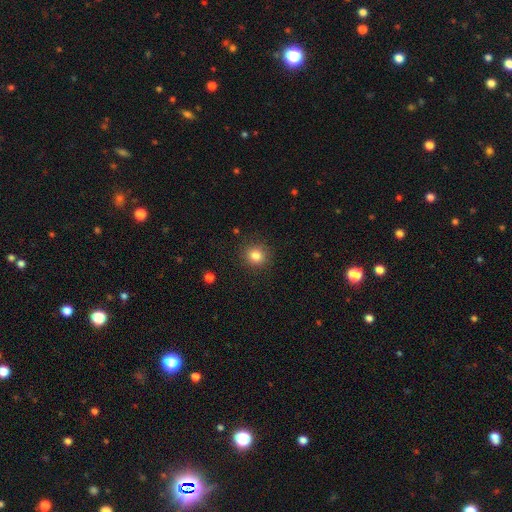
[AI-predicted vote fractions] smooth_or_featured: smooth (p=0.82) [alt: star or artifact p=0.12]
how_rounded: round (p=0.90) [alt: in between p=0.09]
merging: none (p=0.90) [alt: minor disturbance p=0.07]